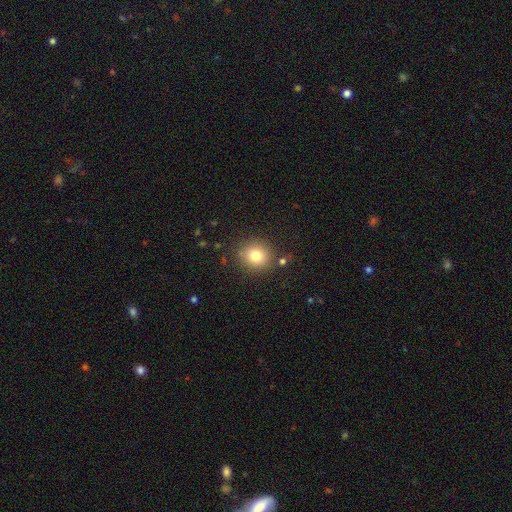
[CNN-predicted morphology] A smooth galaxy with no disk features (79%) that is round (84%). Merging: none (86%).